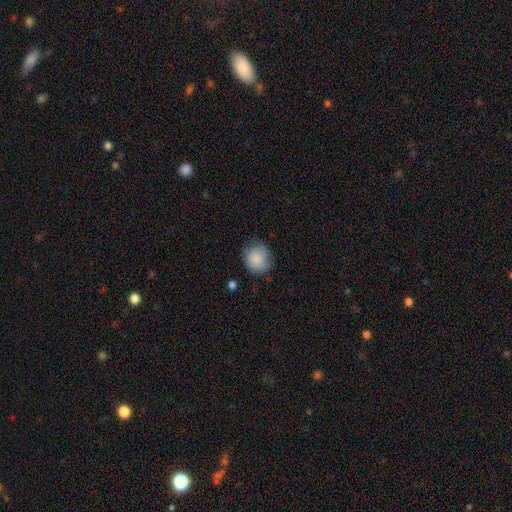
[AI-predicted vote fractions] Smooth or featured: smooth — 86% (star or artifact — 7%)
How rounded: round — 79% (in between — 20%)
Merging: none — 71% (minor disturbance — 22%)